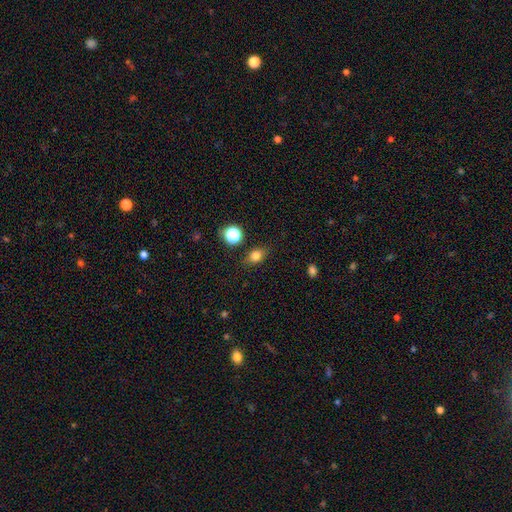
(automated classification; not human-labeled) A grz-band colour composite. It shows a smooth galaxy with no disk features (79%) that is in between round and cigar-shaped (59%). Merging: none (82%).